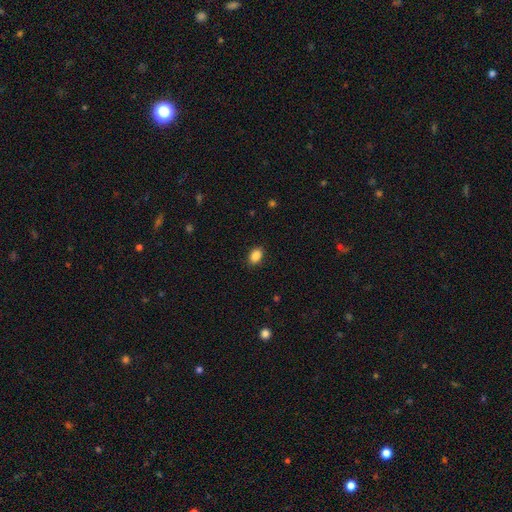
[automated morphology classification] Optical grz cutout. It shows a smooth galaxy with no disk features (88%) that is in between round and cigar-shaped (82%). Merging: none (88%).